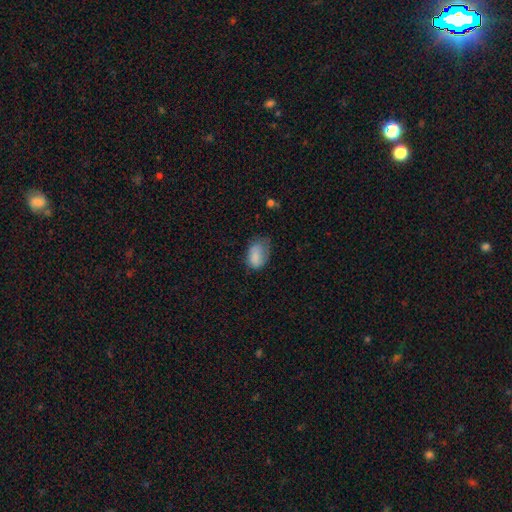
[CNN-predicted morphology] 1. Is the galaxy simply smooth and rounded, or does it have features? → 80% smooth, 12% featured or disk, 8% star or artifact.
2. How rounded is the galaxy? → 86% in between, 13% round, 1% cigar-shaped.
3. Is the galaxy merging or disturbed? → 42% none, 38% minor disturbance, 19% major disturbance, 2% merger.